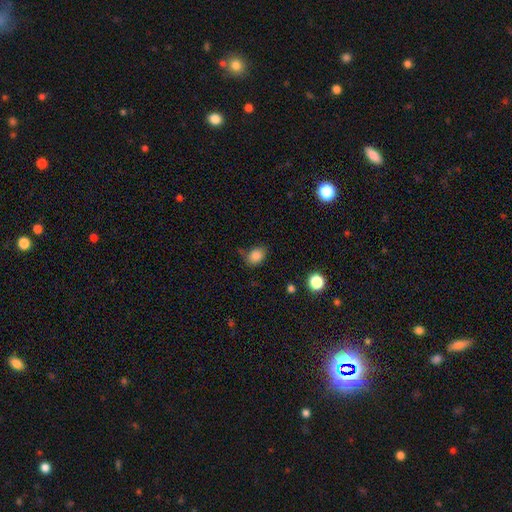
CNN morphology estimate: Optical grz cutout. It shows a smooth galaxy with no disk features (84%) that is in between round and cigar-shaped (68%). Merging: none (69%).